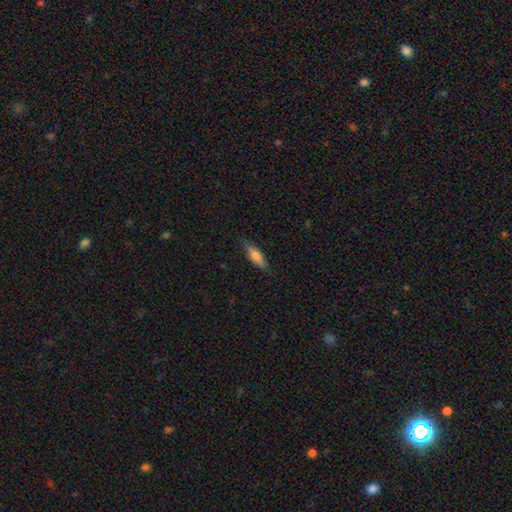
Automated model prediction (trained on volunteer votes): Smooth or featured?
  - smooth: 65% *
  - featured or disk: 29%
  - star or artifact: 6%
How rounded?
  - cigar-shaped: 52% *
  - in between: 46%
  - round: 2%
Merging?
  - none: 81% *
  - minor disturbance: 15%
  - major disturbance: 3%
  - merger: 1%